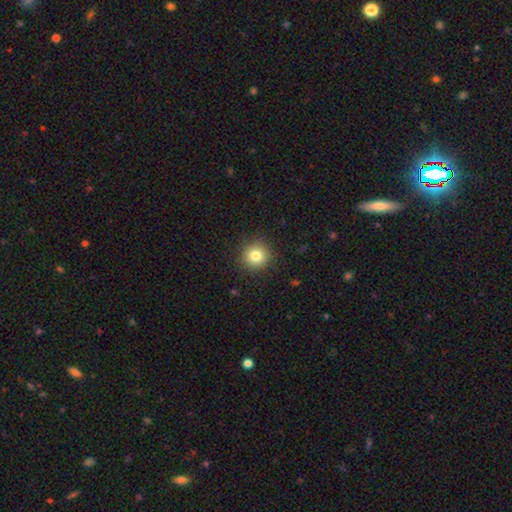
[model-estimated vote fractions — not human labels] Smooth or featured? smooth (81%)
How rounded? round (94%)
Merging? none (91%)